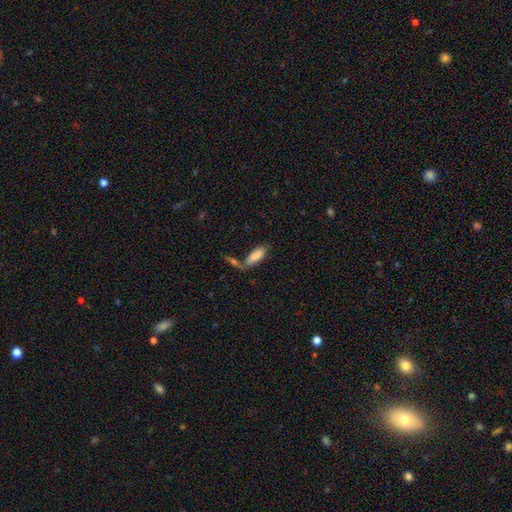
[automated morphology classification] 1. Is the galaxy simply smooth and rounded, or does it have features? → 83% smooth, 10% featured or disk, 7% star or artifact.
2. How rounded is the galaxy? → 68% in between, 30% cigar-shaped, 2% round.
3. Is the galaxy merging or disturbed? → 49% none, 31% merger, 14% minor disturbance, 5% major disturbance.